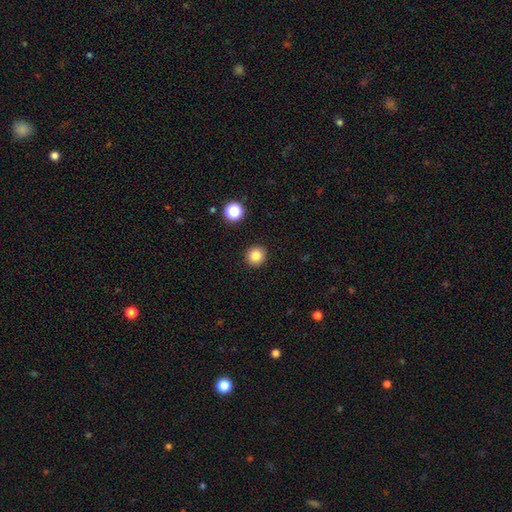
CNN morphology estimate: Smooth or featured? Predicted: smooth (p=0.84). How rounded? Predicted: round (p=0.94). Merging? Predicted: none (p=0.92).